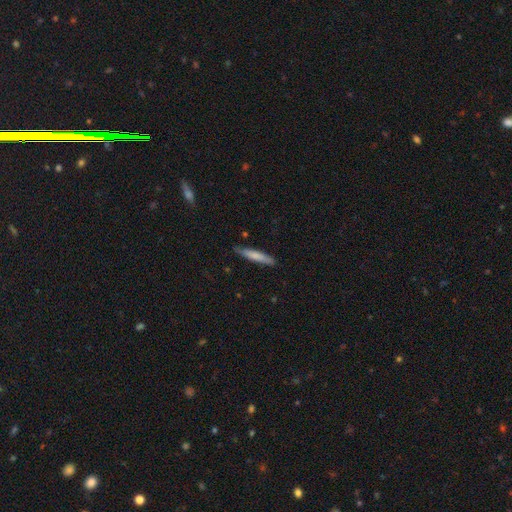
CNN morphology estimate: smooth 74%, featured or disk 21%, star or artifact 5%. Down the decision tree: how rounded — cigar-shaped (91%); merging — none (83%).